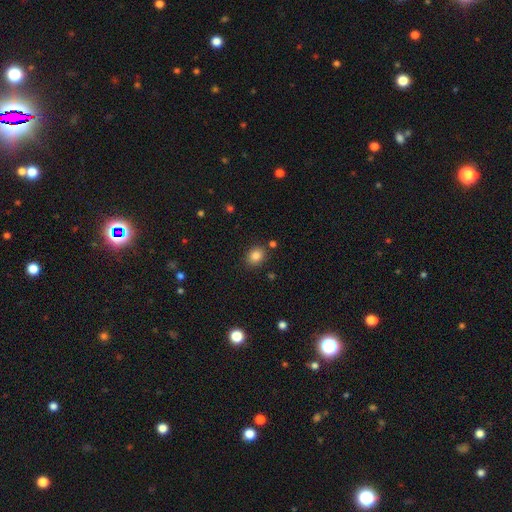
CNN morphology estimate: A smooth galaxy with no disk features (84%) that is round (54%). Merging: none (83%).